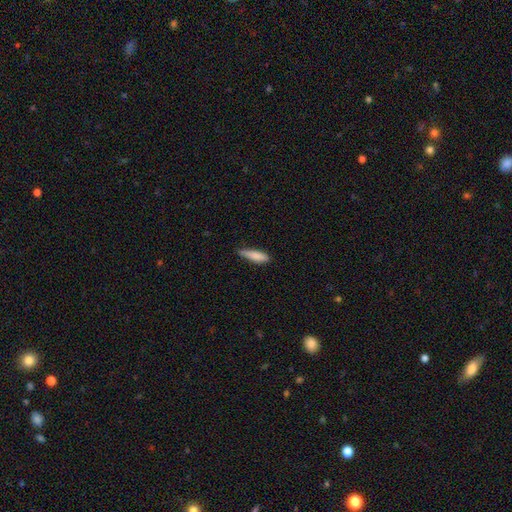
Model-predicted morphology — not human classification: Overall: smooth (84%). How rounded: cigar-shaped (72%). Merging: none (68%).